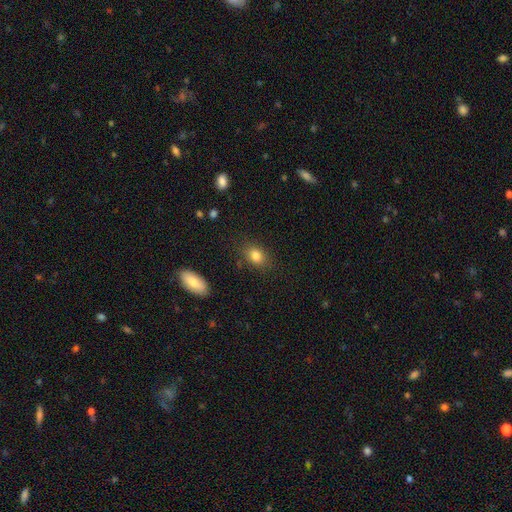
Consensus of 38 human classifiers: Q: Smooth or featured?
A: smooth (92%); runner-up: featured or disk (8%)
Q: How rounded?
A: in between (66%); runner-up: round (31%)
Q: Merging?
A: none (74%); runner-up: minor disturbance (18%)